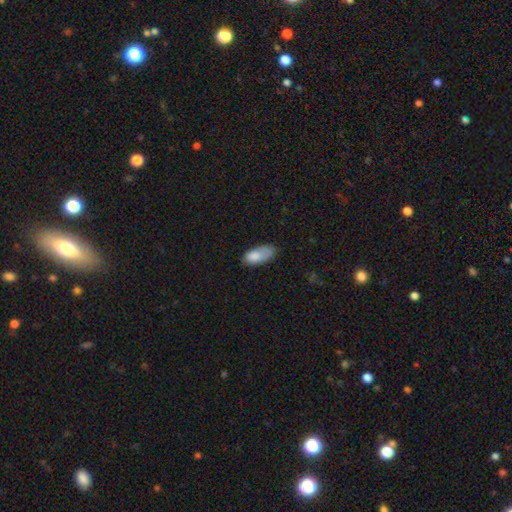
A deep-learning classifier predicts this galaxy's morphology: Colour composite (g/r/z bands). It shows a smooth galaxy with no disk features (81%) that is in between round and cigar-shaped (87%). Merging: none (50%).